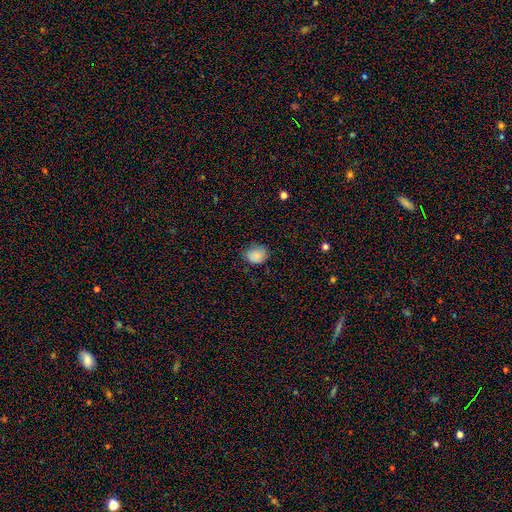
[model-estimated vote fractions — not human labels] smooth 85%, star or artifact 9%, featured or disk 6%. Down the decision tree: how rounded — round (60%); merging — none (71%).